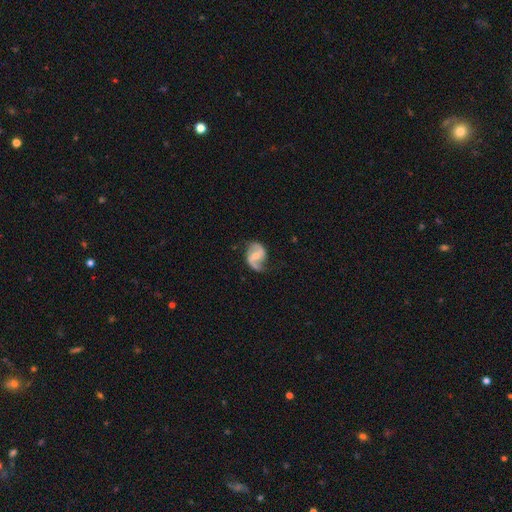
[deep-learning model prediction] Morphology: type=featured or disk (83%); edge-on=no (98%); bar=weak (50%); spiral arms=yes (94%); winding=loose (44%); arm count=2 (84%); bulge=moderate (55%); merging=none (64%).